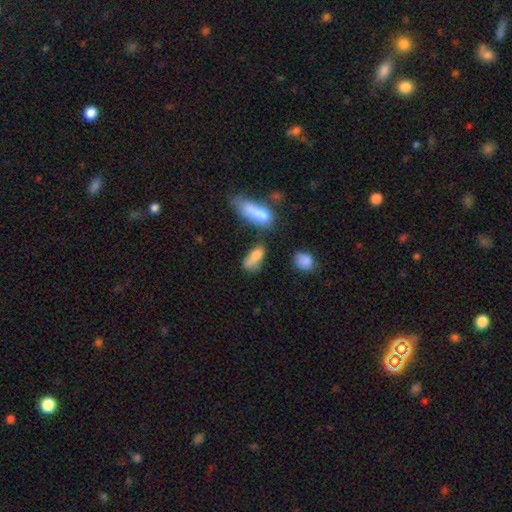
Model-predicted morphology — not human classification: Smooth or featured? Predicted: smooth (p=0.72). How rounded? Predicted: in between (p=0.71). Merging? Predicted: none (p=0.32).